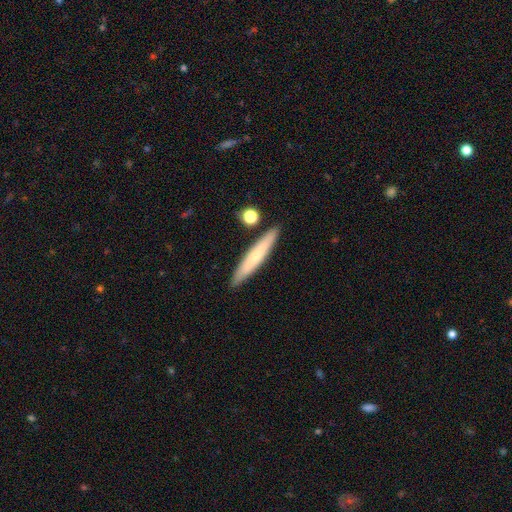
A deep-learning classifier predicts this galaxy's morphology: Overall: smooth (58%; featured or disk 36%). How rounded: cigar-shaped (92%). Merging: none (87%).